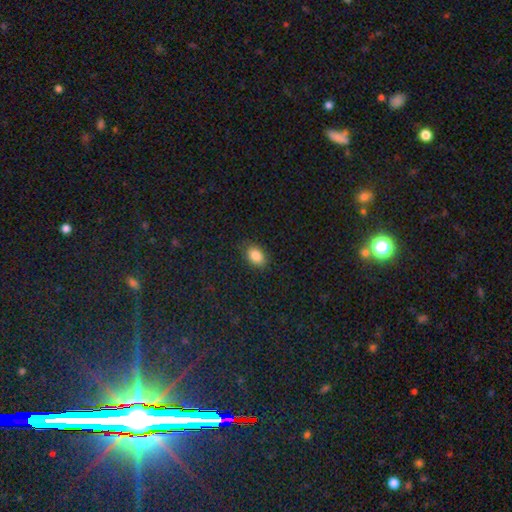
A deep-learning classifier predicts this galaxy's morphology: Smooth or featured: smooth — 86% (star or artifact — 9%)
How rounded: in between — 87% (round — 11%)
Merging: none — 84% (minor disturbance — 12%)